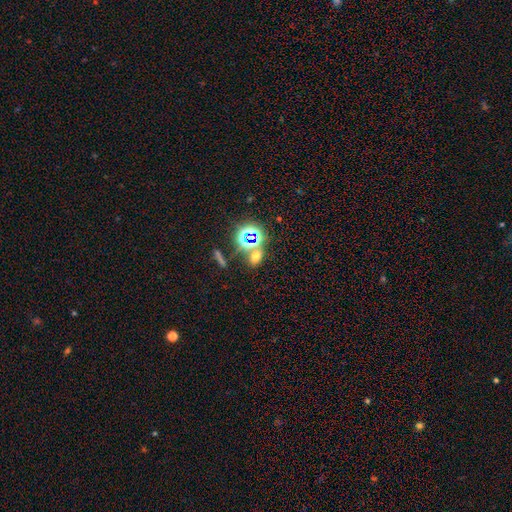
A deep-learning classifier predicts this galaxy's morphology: Smooth or featured?
  - smooth: 52% *
  - star or artifact: 37%
  - featured or disk: 10%
How rounded?
  - in between: 57% *
  - round: 39%
  - cigar-shaped: 4%
Merging?
  - none: 66% *
  - merger: 19%
  - minor disturbance: 9%
  - major disturbance: 5%